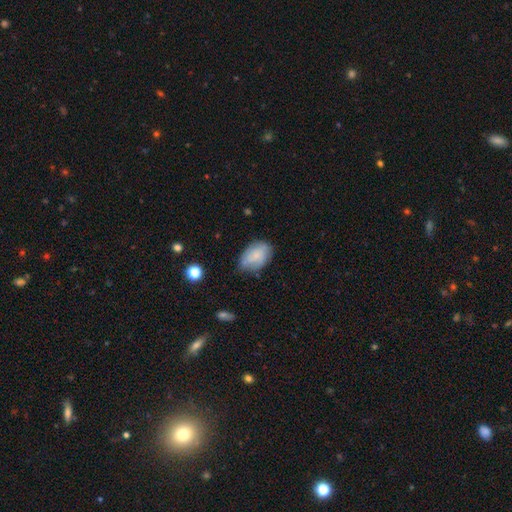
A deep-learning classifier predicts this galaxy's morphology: This is likely a smooth galaxy (68%). How rounded: clearly in between (87%). Merging: likely none (66%).